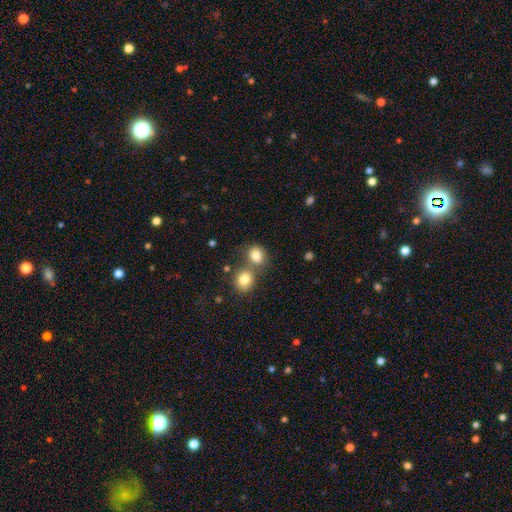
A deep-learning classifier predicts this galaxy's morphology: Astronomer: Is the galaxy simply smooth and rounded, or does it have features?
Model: smooth — 81%.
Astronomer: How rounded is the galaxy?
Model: round — 70%.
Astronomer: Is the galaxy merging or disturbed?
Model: none — 49% (runner-up: merger, 39%).